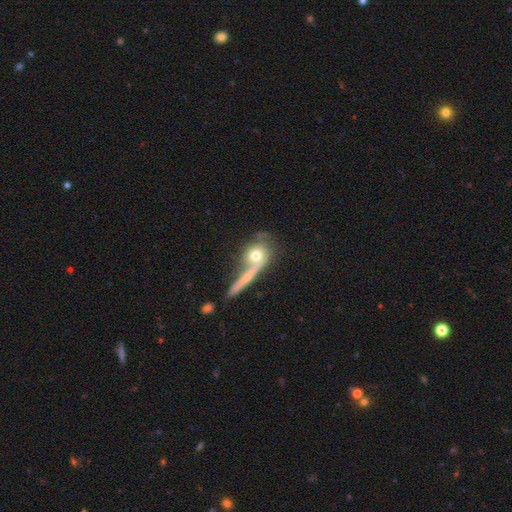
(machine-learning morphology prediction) A smooth galaxy with no disk features (62%) that is round (63%). Merging: merger (38%).